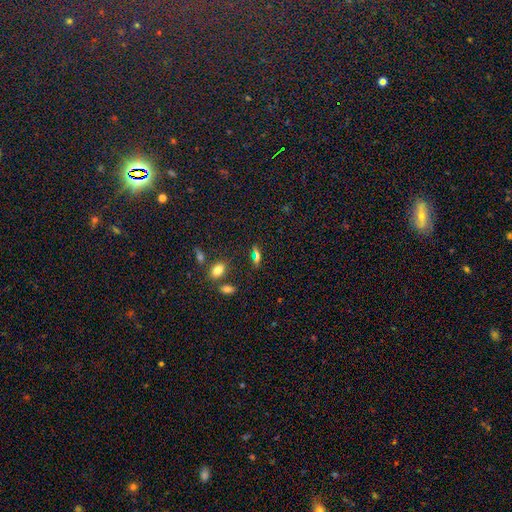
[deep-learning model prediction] The model was most divided on "how rounded": in between: 49%, cigar-shaped: 39%, round: 12%. More confident: merging — none (75%); smooth or featured — smooth (55%).